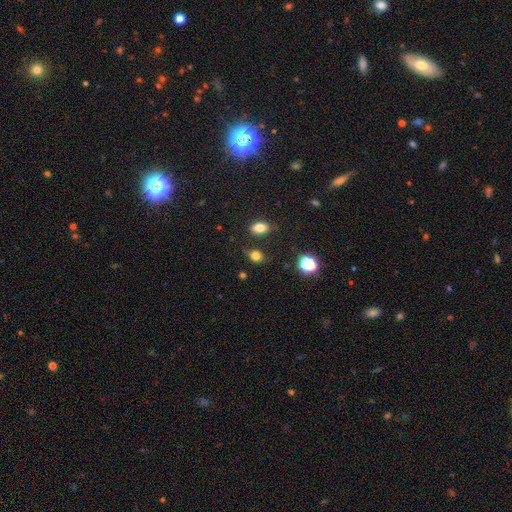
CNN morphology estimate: type=smooth (76%); roundness=in between (51%); merging=none (71%).